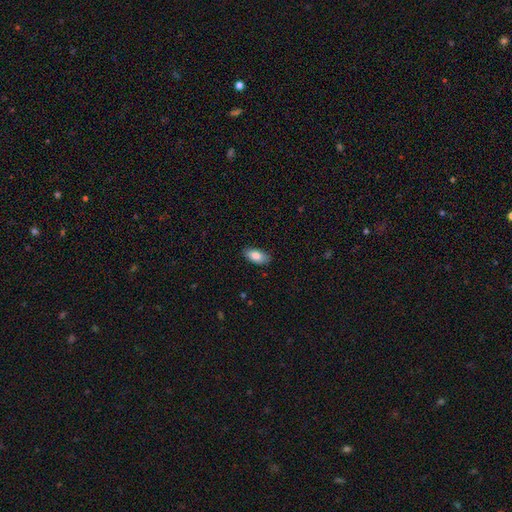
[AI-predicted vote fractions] The model was most divided on "merging": none: 85%, minor disturbance: 12%, major disturbance: 2%, merger: 1%. More confident: how rounded — in between (92%); smooth or featured — smooth (85%).